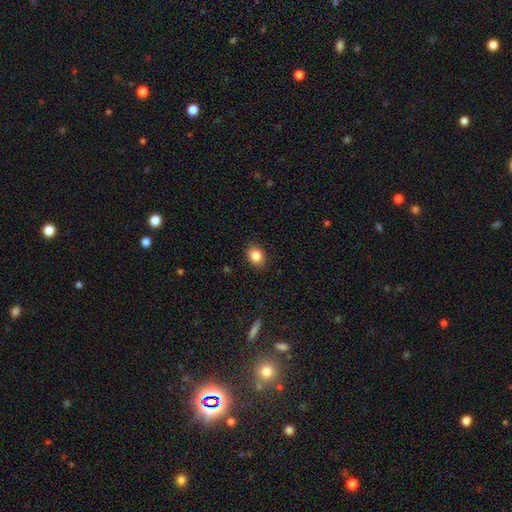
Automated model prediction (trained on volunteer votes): Smooth or featured? Predicted: smooth (p=0.85). How rounded? Predicted: round (p=0.50). Merging? Predicted: none (p=0.87).